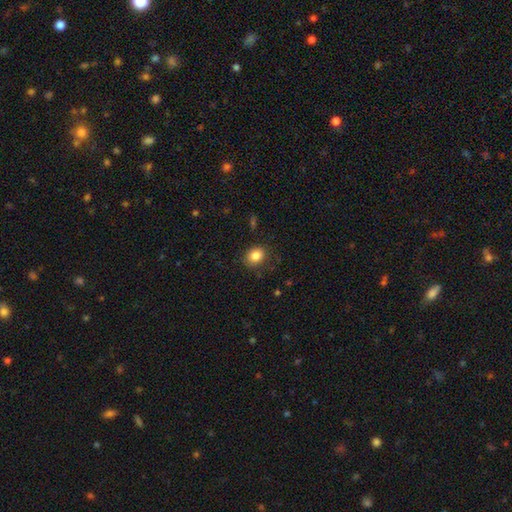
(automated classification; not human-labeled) Smooth or featured? Predicted: smooth (p=0.85). How rounded? Predicted: round (p=0.53). Merging? Predicted: none (p=0.84).